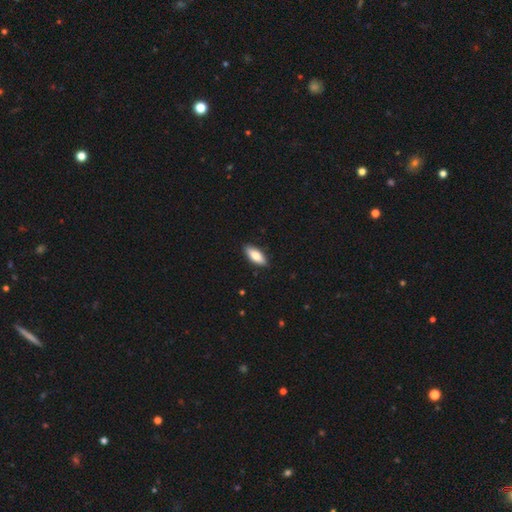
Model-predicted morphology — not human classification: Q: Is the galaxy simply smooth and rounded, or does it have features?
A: smooth — 80%.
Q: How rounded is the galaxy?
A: in between — 79%.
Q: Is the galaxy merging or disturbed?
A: none — 89%.